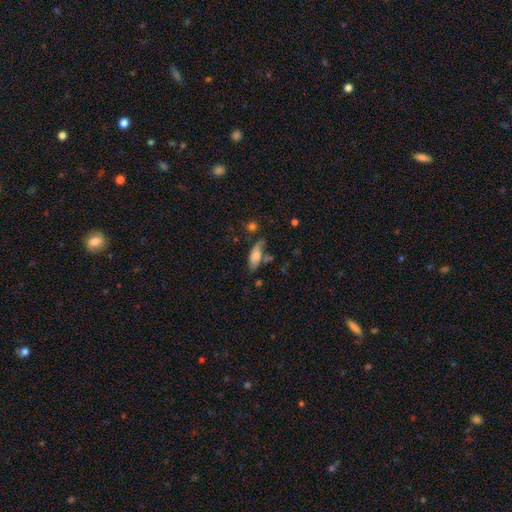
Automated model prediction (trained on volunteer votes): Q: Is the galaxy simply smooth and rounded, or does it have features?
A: smooth — 75%.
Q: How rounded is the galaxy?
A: in between — 75%.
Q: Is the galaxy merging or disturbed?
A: none — 52%.